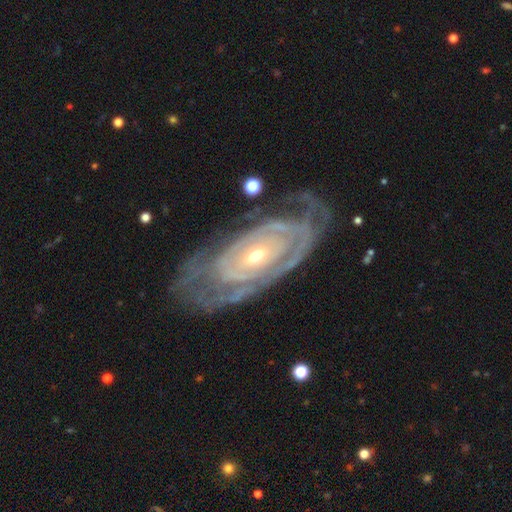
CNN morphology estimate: Smooth or featured?
  - featured or disk: 87% *
  - smooth: 8%
  - star or artifact: 5%
Edge-on disk?
  - no: 93% *
  - yes: 7%
Bar?
  - no: 71% *
  - weak: 20%
  - strong: 10%
Spiral arms?
  - yes: 87% *
  - no: 13%
Spiral winding?
  - tight: 79% *
  - medium: 16%
  - loose: 5%
Spiral arm count?
  - can't tell: 45% *
  - 2: 26%
  - 3: 11%
  - 4: 7%
  - 1: 6%
  - more than 4: 5%
Bulge size?
  - small: 58% *
  - moderate: 38%
  - large: 2%
  - none: 1%
  - dominant: 1%
Merging?
  - none: 71% *
  - minor disturbance: 18%
  - major disturbance: 9%
  - merger: 2%